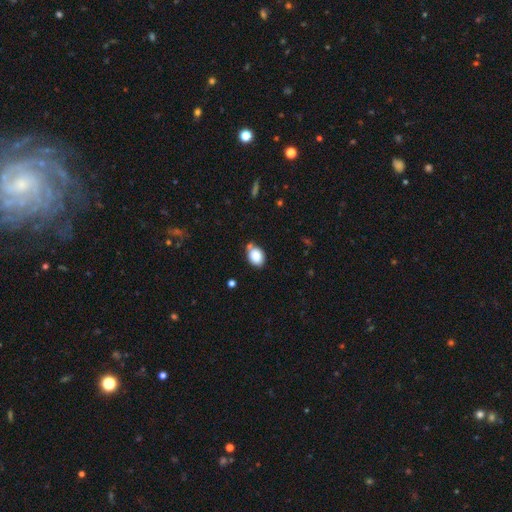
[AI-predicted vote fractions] Smooth or featured: smooth — 86% (star or artifact — 8%)
How rounded: in between — 69% (round — 30%)
Merging: none — 64% (minor disturbance — 21%)